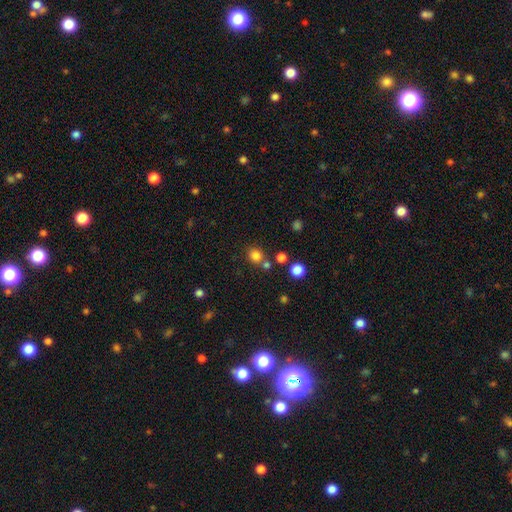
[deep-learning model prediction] Q: Smooth or featured?
A: smooth (80%); runner-up: star or artifact (14%)
Q: How rounded?
A: round (80%); runner-up: in between (19%)
Q: Merging?
A: none (71%); runner-up: merger (16%)